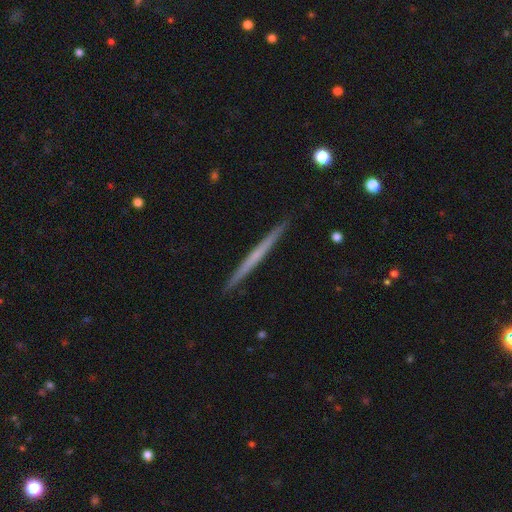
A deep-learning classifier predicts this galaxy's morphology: type=featured or disk (55%); edge-on=yes (98%); edge-on bulge=none (89%); merging=none (93%).